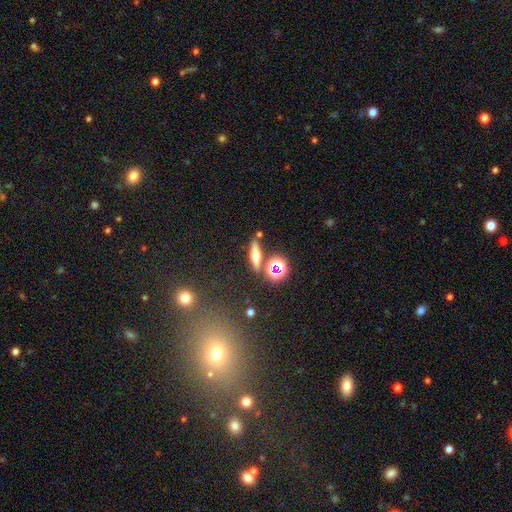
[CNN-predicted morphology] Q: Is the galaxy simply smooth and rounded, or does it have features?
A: smooth — 45%.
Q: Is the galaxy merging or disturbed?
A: none — 77%.